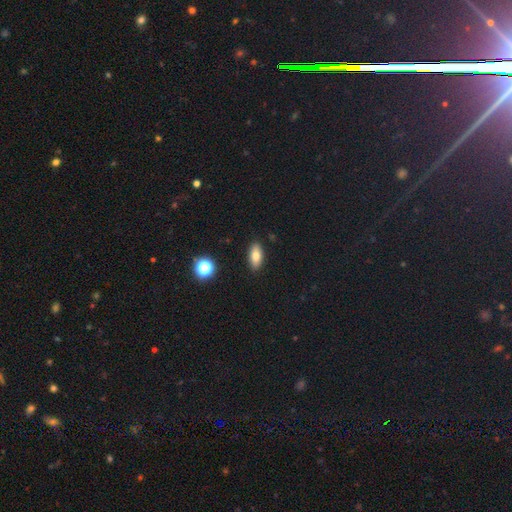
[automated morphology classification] Q: Smooth or featured?
A: smooth (79%); runner-up: featured or disk (12%)
Q: How rounded?
A: in between (83%); runner-up: cigar-shaped (13%)
Q: Merging?
A: none (89%); runner-up: minor disturbance (8%)